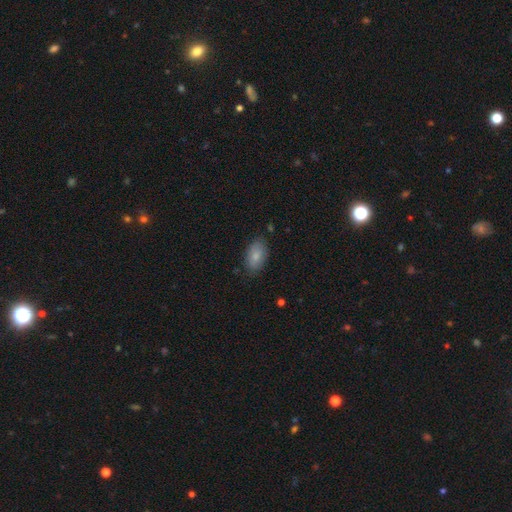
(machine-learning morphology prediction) The model was most divided on "merging": none: 80%, minor disturbance: 15%, major disturbance: 3%, merger: 1%. More confident: how rounded — in between (93%); smooth or featured — smooth (83%).